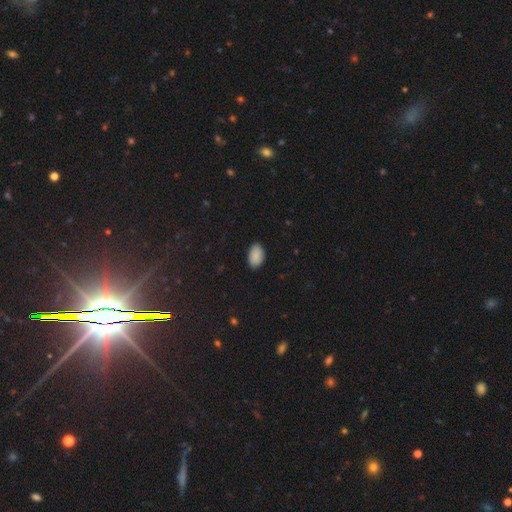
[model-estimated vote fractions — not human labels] A smooth galaxy with no disk features (89%) that is in between round and cigar-shaped (92%).

Vote fractions:
- Smooth or featured? smooth: 89% / star or artifact: 8% / featured or disk: 3%
- How rounded? in between: 92% / round: 7% / cigar-shaped: 1%
- Merging? none: 86% / minor disturbance: 11% / major disturbance: 2% / merger: 1%